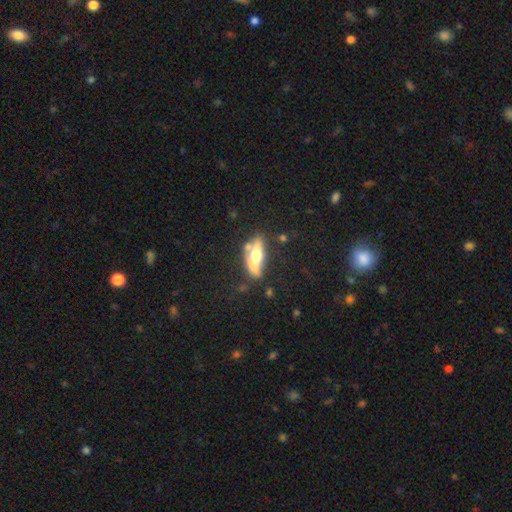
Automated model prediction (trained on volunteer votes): featured or disk 53%, smooth 40%, star or artifact 7%. Down the decision tree: edge-on disk — yes (61%); merging — none (49%).